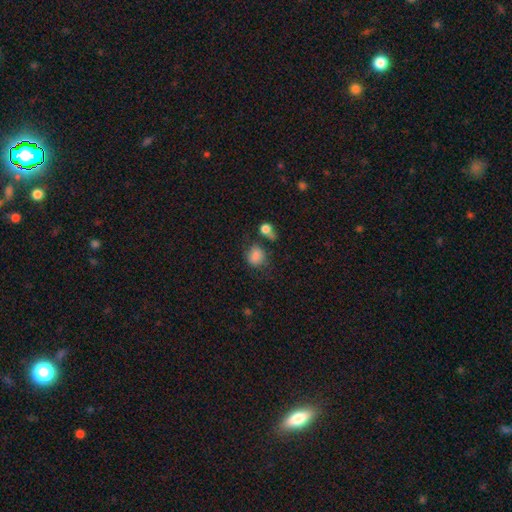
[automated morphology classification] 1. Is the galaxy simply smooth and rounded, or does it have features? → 82% smooth, 11% star or artifact, 8% featured or disk.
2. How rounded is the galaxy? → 68% round, 31% in between, 1% cigar-shaped.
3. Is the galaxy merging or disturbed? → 53% none, 21% minor disturbance, 16% merger, 11% major disturbance.